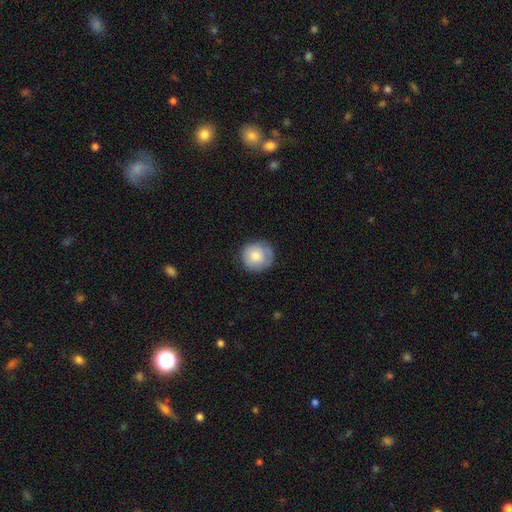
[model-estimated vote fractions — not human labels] smooth_or_featured: smooth (p=0.78) [alt: featured or disk p=0.15]
how_rounded: round (p=0.92) [alt: in between p=0.07]
merging: none (p=0.78) [alt: minor disturbance p=0.17]